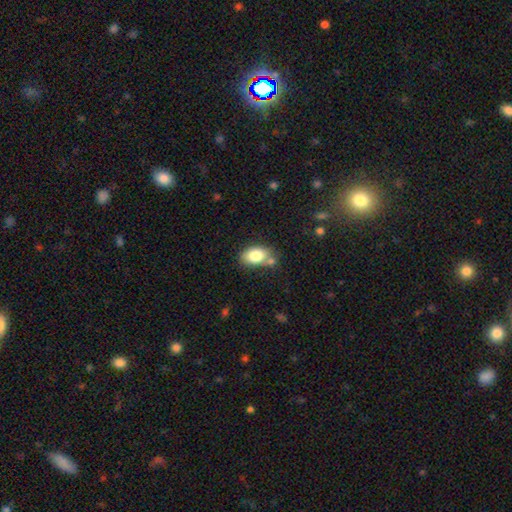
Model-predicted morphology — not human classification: This is clearly a smooth galaxy (81%). How rounded: clearly in between (86%). Merging: possibly none (59%).